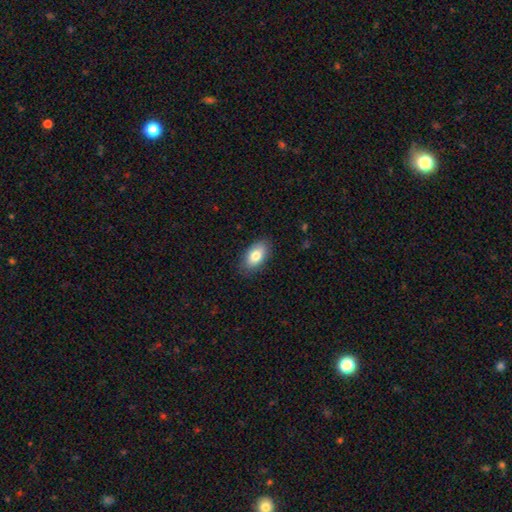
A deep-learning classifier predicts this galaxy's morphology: smooth-or-featured: smooth: 82% | featured or disk: 12% | star or artifact: 7%
  how-rounded: in between: 93% | round: 4% | cigar-shaped: 2%
  merging: none: 86% | minor disturbance: 11% | major disturbance: 2% | merger: 1%